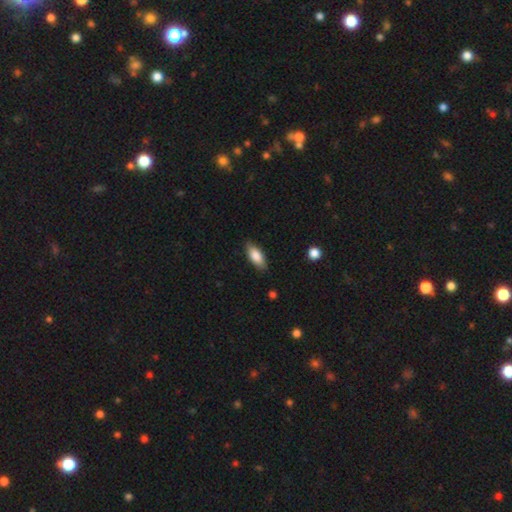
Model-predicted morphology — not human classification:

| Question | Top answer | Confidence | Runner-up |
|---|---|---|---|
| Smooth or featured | smooth | 84% | featured or disk (10%) |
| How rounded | in between | 83% | cigar-shaped (15%) |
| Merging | none | 84% | minor disturbance (12%) |